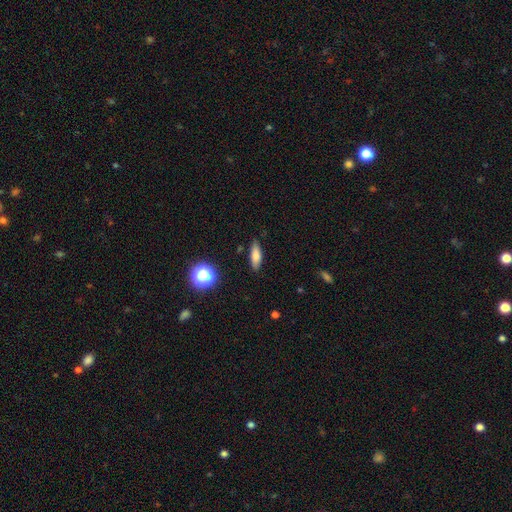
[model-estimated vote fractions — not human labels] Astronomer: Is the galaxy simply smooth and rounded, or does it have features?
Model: smooth — 74%.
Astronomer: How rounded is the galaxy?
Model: in between — 52% (runner-up: cigar-shaped, 44%).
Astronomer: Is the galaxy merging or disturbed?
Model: none — 86%.